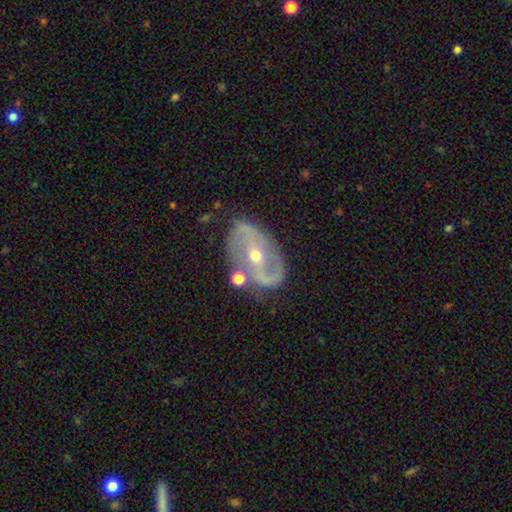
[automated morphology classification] This is clearly a featured or disk galaxy (82%). It is clearly not viewed edge-on (95%). Bar: marginally weak (36%). Spiral arm pattern: likely yes (80%). Spiral arm count: clearly 2 (81%). Spiral winding: marginally medium (44%). Central bulge: possibly moderate (55%). Merging: likely none (68%).